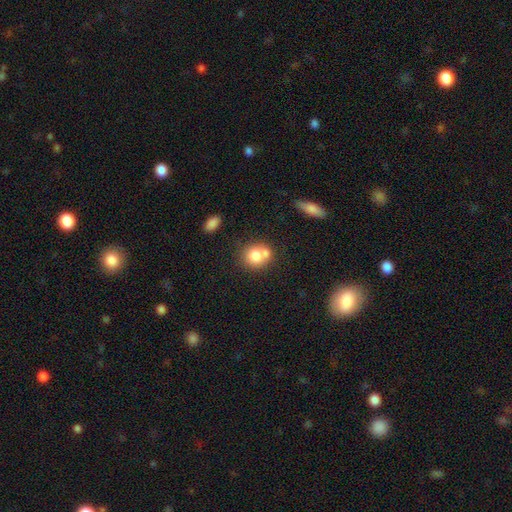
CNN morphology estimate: Smooth or featured? Predicted: smooth (p=0.77). How rounded? Predicted: round (p=0.75). Merging? Predicted: none (p=0.42, tied with merger).